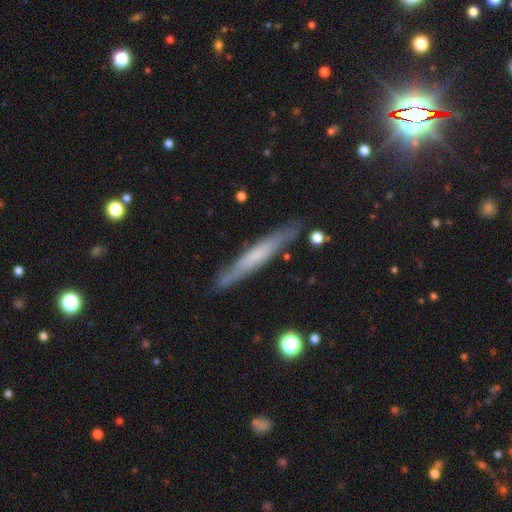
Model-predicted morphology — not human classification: smooth_or_featured: featured or disk (p=0.48) [alt: smooth p=0.45]
merging: none (p=0.86) [alt: minor disturbance p=0.11]